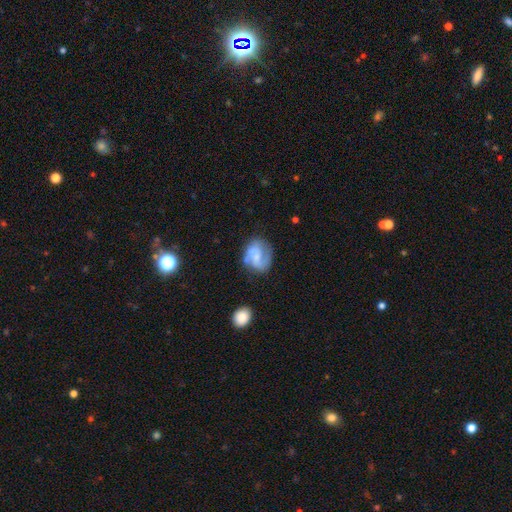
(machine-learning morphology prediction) This appears to be a featured or disk galaxy (68%) with no bar (51%), 2 (81%) medium (49%) spiral arms (89%) and a small central bulge (49%). Merging: none (62%).